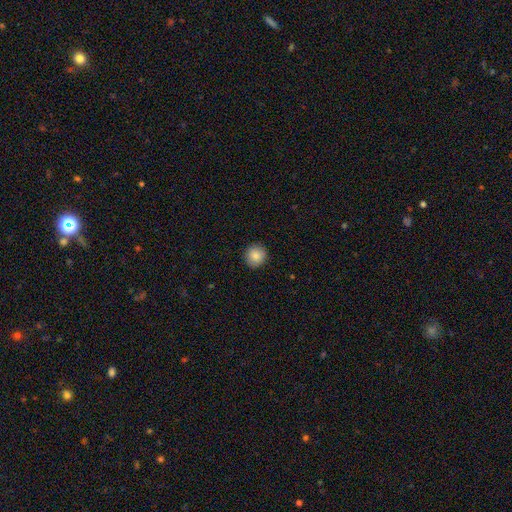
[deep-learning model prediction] A smooth galaxy with no disk features (85%) that is round (92%). Merging: none (92%).